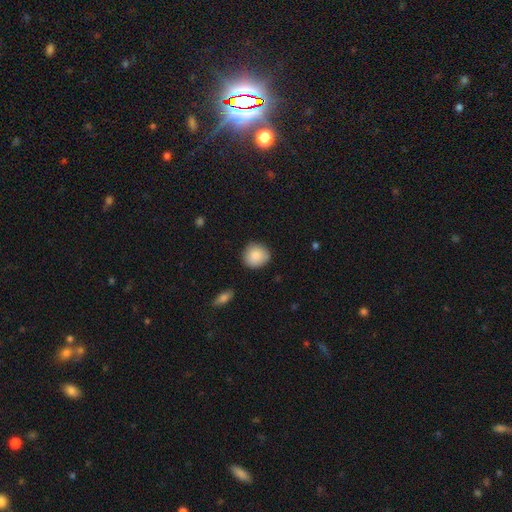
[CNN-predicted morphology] type=smooth (88%); roundness=round (86%); merging=none (86%).